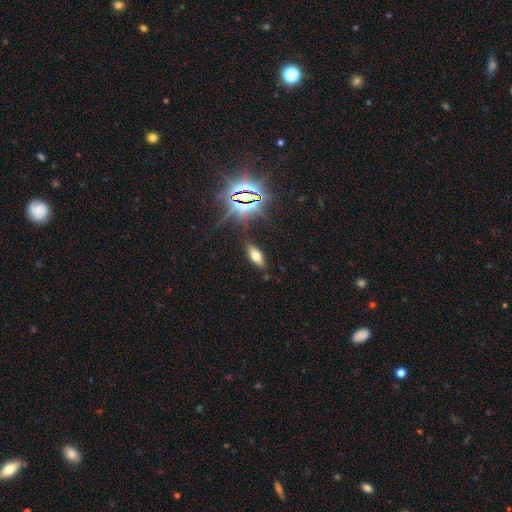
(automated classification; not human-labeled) Overall: smooth (56%; star or artifact 24%). How rounded: in between (71%). Merging: none (85%).